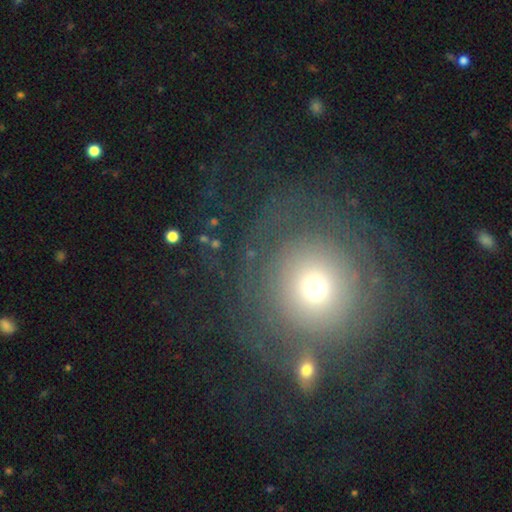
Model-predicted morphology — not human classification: Smooth or featured? Predicted: featured or disk (p=0.45). Merging? Predicted: none (p=0.68).